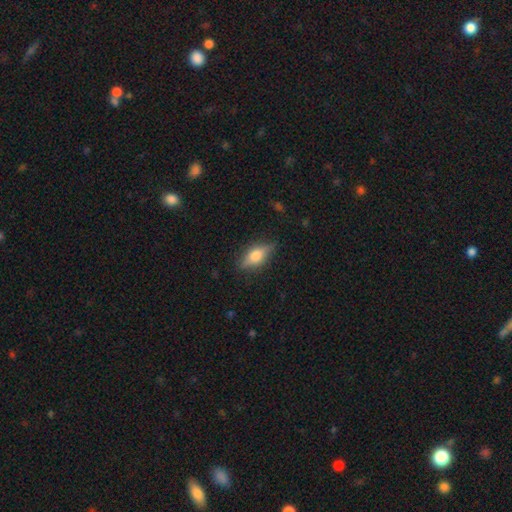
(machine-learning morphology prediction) Smooth or featured? smooth (51%)
How rounded? in between (68%)
Merging? none (82%)